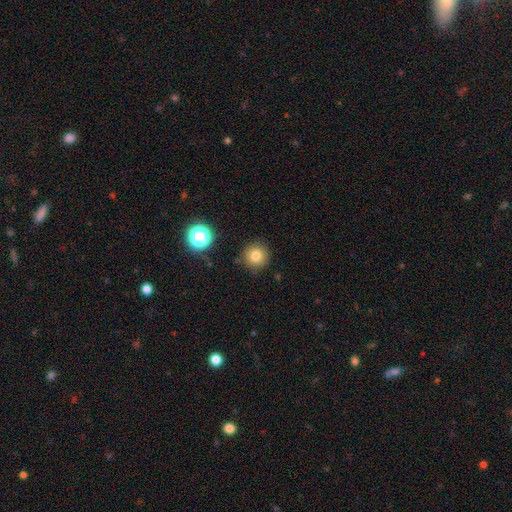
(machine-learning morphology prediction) Overall: smooth (78%). How rounded: round (94%). Merging: none (88%).